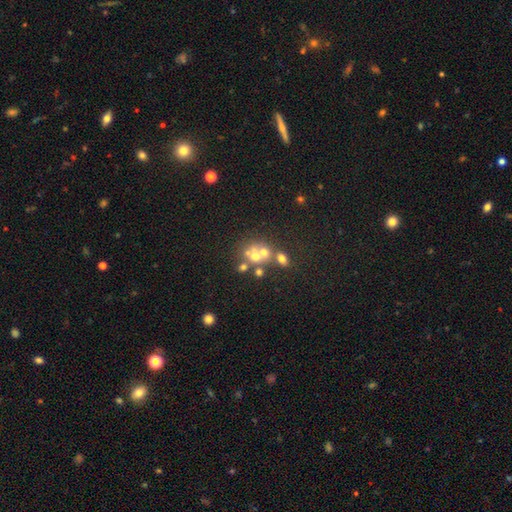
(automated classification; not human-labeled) smooth_or_featured: smooth (p=0.46) [alt: featured or disk p=0.34]
merging: merger (p=0.48) [alt: none p=0.36]